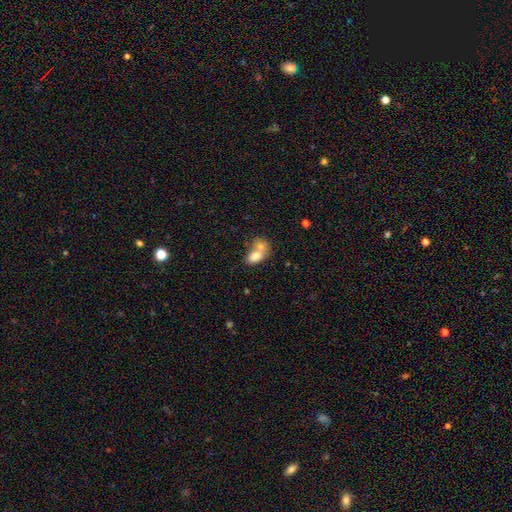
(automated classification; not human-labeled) A smooth galaxy with no disk features (76%) that is in between round and cigar-shaped (83%).

Vote fractions:
- Smooth or featured? smooth: 76% / featured or disk: 16% / star or artifact: 8%
- How rounded? in between: 83% / round: 16% / cigar-shaped: 2%
- Merging? merger: 65% / none: 22% / minor disturbance: 8% / major disturbance: 4%